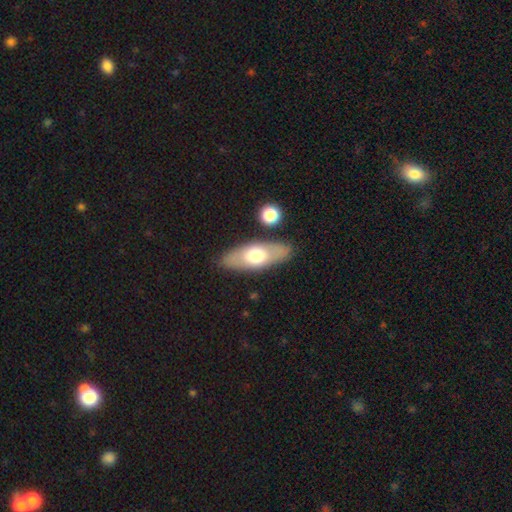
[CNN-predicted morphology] The model was most divided on "smooth or featured": smooth: 59%, featured or disk: 34%, star or artifact: 6%. More confident: merging — none (83%); how rounded — in between (72%).